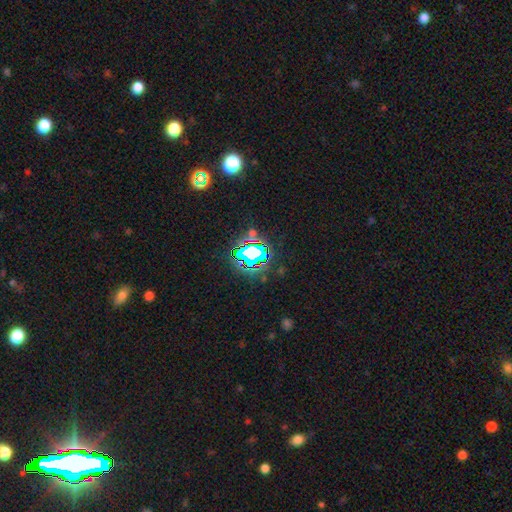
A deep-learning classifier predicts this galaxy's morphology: smooth-or-featured: star or artifact: 77% | smooth: 14% | featured or disk: 9%